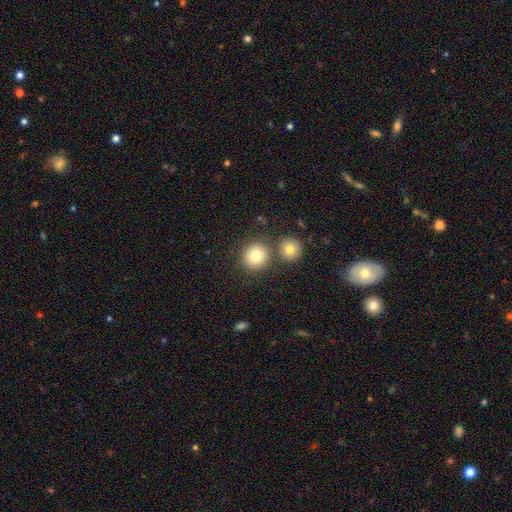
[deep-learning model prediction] Smooth or featured: smooth — 79% (star or artifact — 11%)
How rounded: round — 92% (in between — 7%)
Merging: none — 76% (merger — 15%)